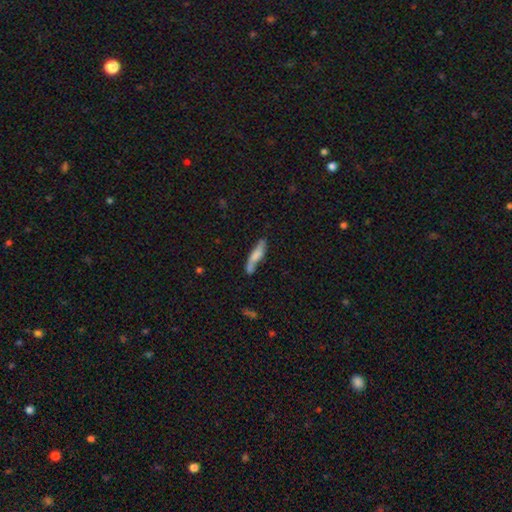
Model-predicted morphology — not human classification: A smooth galaxy with no disk features (61%) that is cigar-shaped (78%). Merging: none (58%).